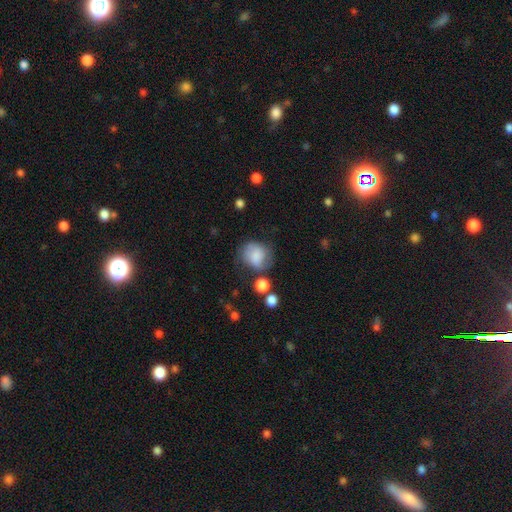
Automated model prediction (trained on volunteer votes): smooth-or-featured: smooth: 74% | featured or disk: 17% | star or artifact: 9%
  how-rounded: round: 69% | in between: 30% | cigar-shaped: 1%
  merging: none: 57% | minor disturbance: 25% | major disturbance: 12% | merger: 6%